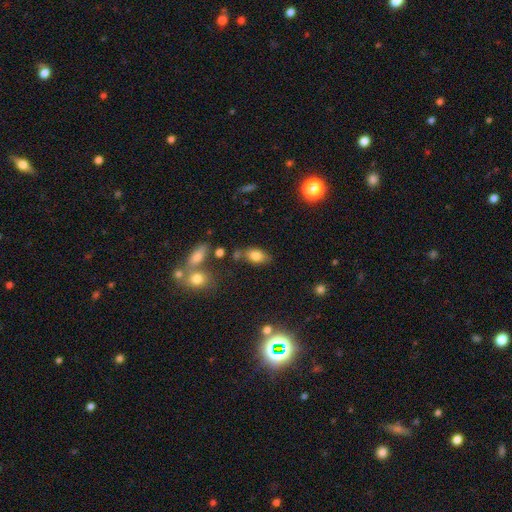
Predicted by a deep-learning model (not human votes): smooth_or_featured: smooth (p=0.80) [alt: featured or disk p=0.10]
how_rounded: in between (p=0.87) [alt: round p=0.10]
merging: none (p=0.70) [alt: minor disturbance p=0.17]